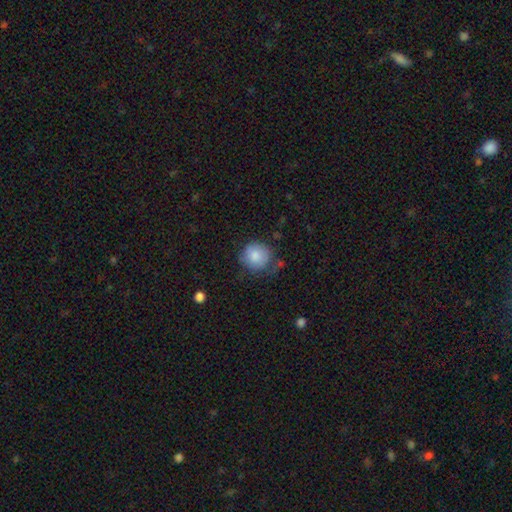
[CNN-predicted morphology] smooth_or_featured: smooth (p=0.83) [alt: featured or disk p=0.10]
how_rounded: round (p=0.88) [alt: in between p=0.11]
merging: none (p=0.61) [alt: minor disturbance p=0.26]